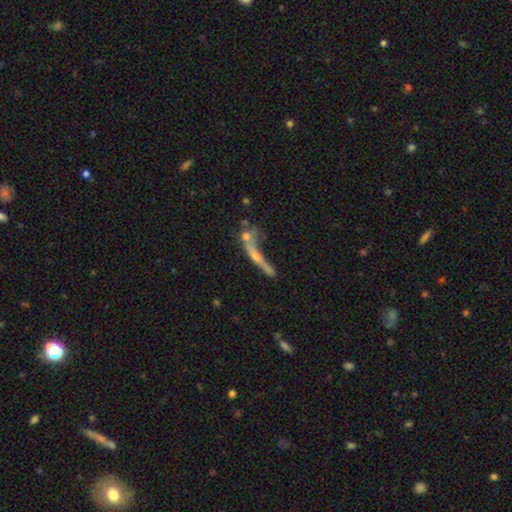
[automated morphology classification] This is possibly a featured or disk galaxy (54%). It is likely viewed edge-on (67%). Merging: marginally merger (38%).